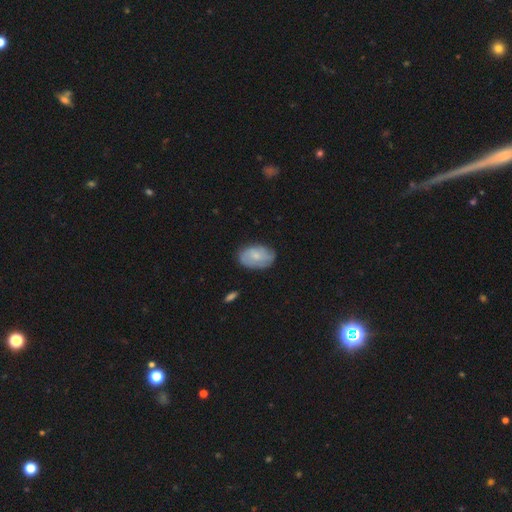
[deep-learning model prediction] smooth_or_featured: smooth (p=0.61) [alt: featured or disk p=0.32]
how_rounded: in between (p=0.87) [alt: round p=0.12]
merging: none (p=0.73) [alt: minor disturbance p=0.21]